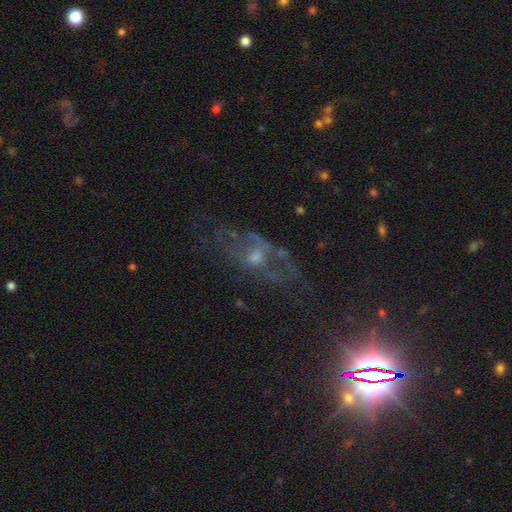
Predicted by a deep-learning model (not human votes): The model was most divided on "merging": none: 41%, major disturbance: 36%, minor disturbance: 18%, merger: 5%. Remaining: edge-on disk — no (92%); bar — no (73%); smooth or featured — featured or disk (64%); spiral arms — no (60%); bulge size — moderate (48%).